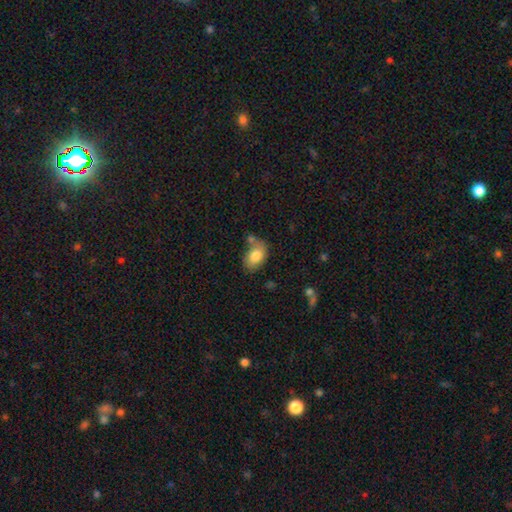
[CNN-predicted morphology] Smooth or featured?
  - smooth: 80% *
  - featured or disk: 13%
  - star or artifact: 7%
How rounded?
  - in between: 86% *
  - round: 13%
  - cigar-shaped: 1%
Merging?
  - none: 57% *
  - minor disturbance: 21%
  - merger: 16%
  - major disturbance: 6%